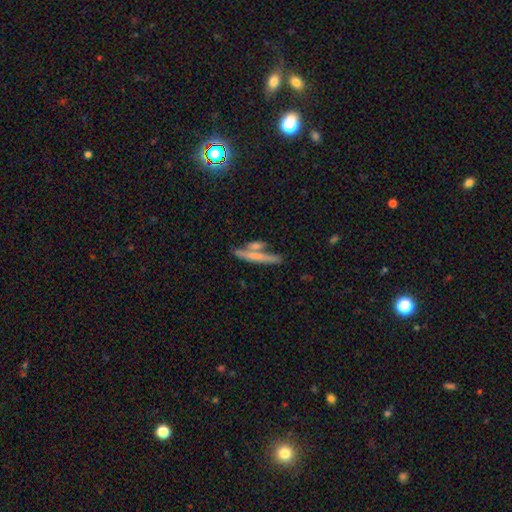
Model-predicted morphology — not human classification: A smooth galaxy with no disk features (54%) that is cigar-shaped (87%). Merging: none (53%).